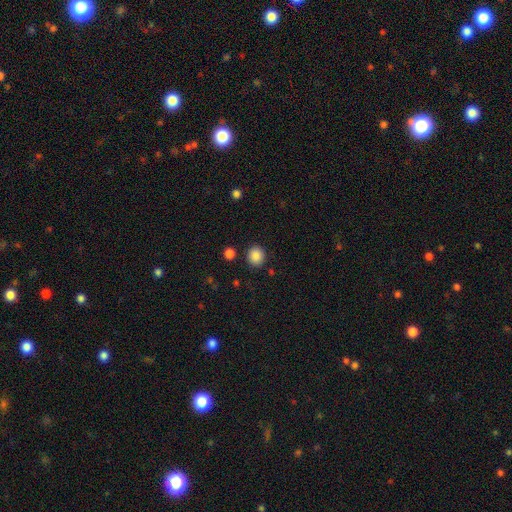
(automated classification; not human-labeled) A smooth galaxy with no disk features (87%) that is round (85%).

Vote fractions:
- Smooth or featured? smooth: 87% / star or artifact: 9% / featured or disk: 3%
- How rounded? round: 85% / in between: 14% / cigar-shaped: 1%
- Merging? none: 88% / minor disturbance: 7% / merger: 3% / major disturbance: 2%